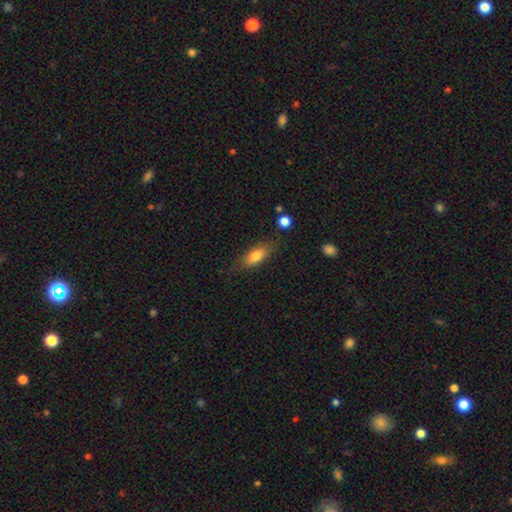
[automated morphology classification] Smooth or featured? smooth (77%)
How rounded? in between (76%)
Merging? none (75%)